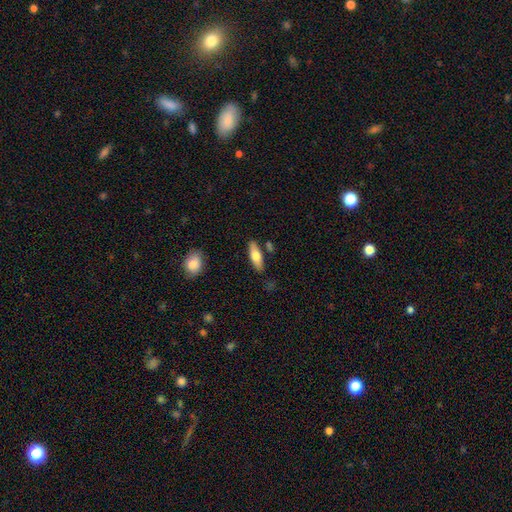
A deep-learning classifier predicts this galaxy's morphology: The model was most divided on "how rounded": in between: 59%, cigar-shaped: 39%, round: 2%. More confident: merging — none (82%); smooth or featured — smooth (65%).